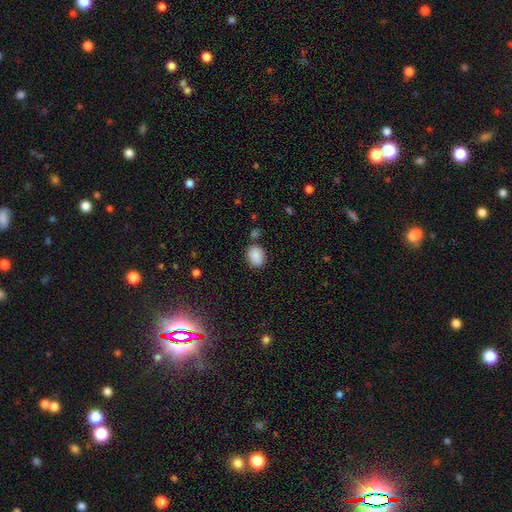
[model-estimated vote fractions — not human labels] Smooth or featured: smooth — 88% (star or artifact — 8%)
How rounded: in between — 71% (round — 28%)
Merging: none — 77% (minor disturbance — 13%)